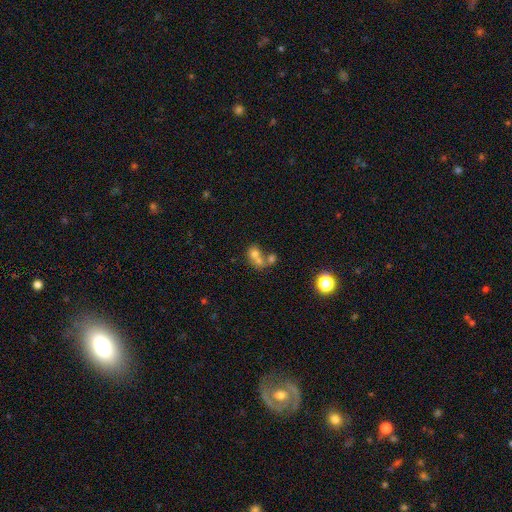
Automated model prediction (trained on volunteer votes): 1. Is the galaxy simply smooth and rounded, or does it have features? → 62% smooth, 23% featured or disk, 15% star or artifact.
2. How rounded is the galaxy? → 64% round, 35% in between, 1% cigar-shaped.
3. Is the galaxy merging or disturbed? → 64% merger, 25% none, 6% minor disturbance, 5% major disturbance.